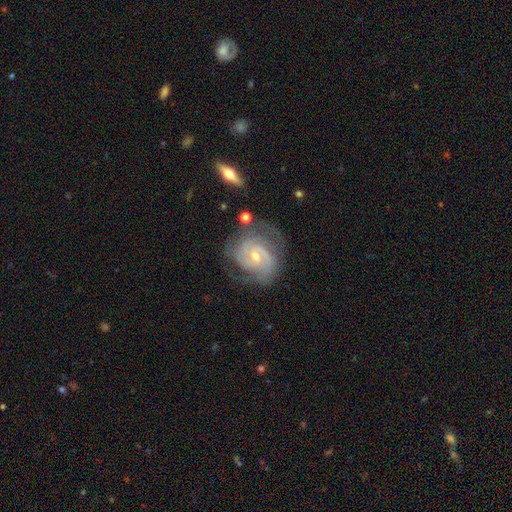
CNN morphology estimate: Q: Smooth or featured?
A: featured or disk (87%); runner-up: smooth (7%)
Q: Edge-on disk?
A: no (97%); runner-up: yes (3%)
Q: Bar?
A: no (54%); runner-up: weak (37%)
Q: Spiral arms?
A: yes (97%); runner-up: no (3%)
Q: Spiral winding?
A: tight (55%); runner-up: medium (36%)
Q: Spiral arm count?
A: 2 (46%); runner-up: 3 (23%)
Q: Bulge size?
A: small (61%); runner-up: moderate (36%)
Q: Merging?
A: none (65%); runner-up: minor disturbance (21%)